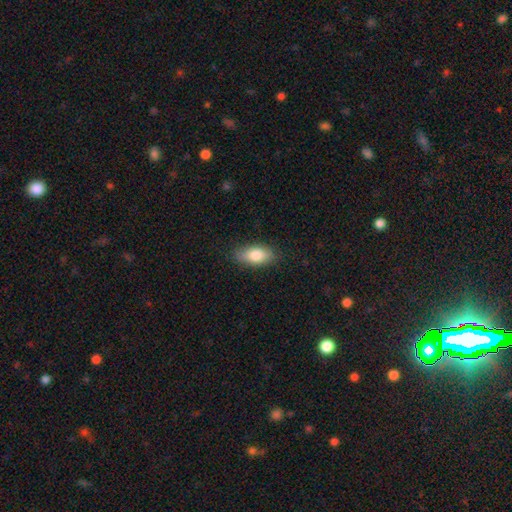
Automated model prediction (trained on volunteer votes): Smooth or featured?
  - smooth: 80% *
  - featured or disk: 13%
  - star or artifact: 7%
How rounded?
  - in between: 86% *
  - cigar-shaped: 11%
  - round: 4%
Merging?
  - none: 85% *
  - minor disturbance: 12%
  - major disturbance: 3%
  - merger: 1%